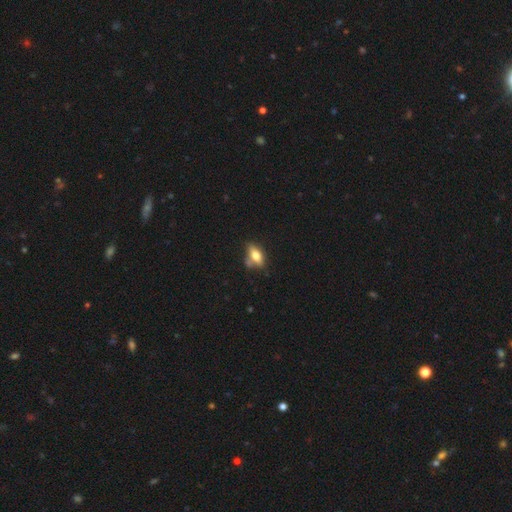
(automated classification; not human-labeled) Overall: smooth (68%). How rounded: in between (81%). Merging: none (52%; minor disturbance 23%).